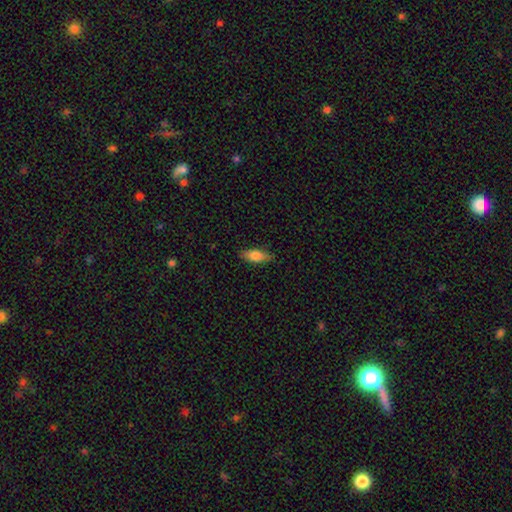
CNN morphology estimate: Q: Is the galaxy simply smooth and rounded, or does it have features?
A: smooth — 76%.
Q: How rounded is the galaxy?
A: in between — 73%.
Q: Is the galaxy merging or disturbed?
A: none — 84%.